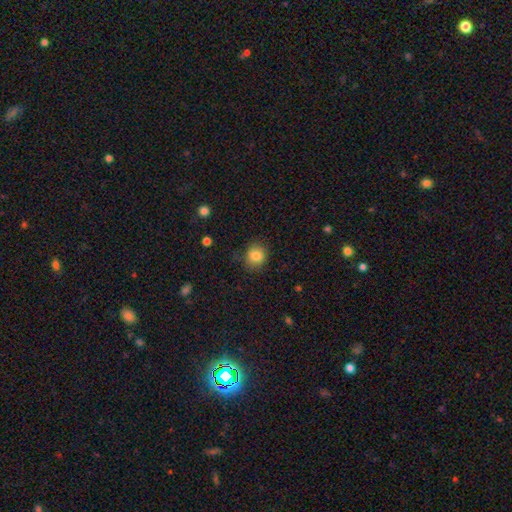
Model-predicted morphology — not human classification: This appears to be a smooth galaxy with no disk features (84%) that is round (81%). Merging: none (81%).